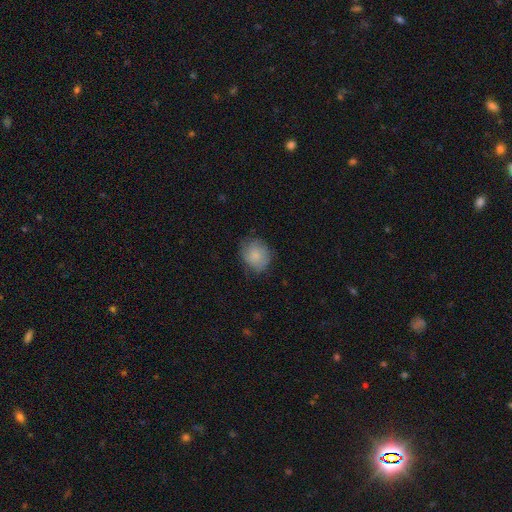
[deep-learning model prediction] smooth-or-featured: smooth: 81% | featured or disk: 12% | star or artifact: 7%
  how-rounded: round: 68% | in between: 31% | cigar-shaped: 1%
  merging: none: 68% | minor disturbance: 24% | major disturbance: 7% | merger: 1%